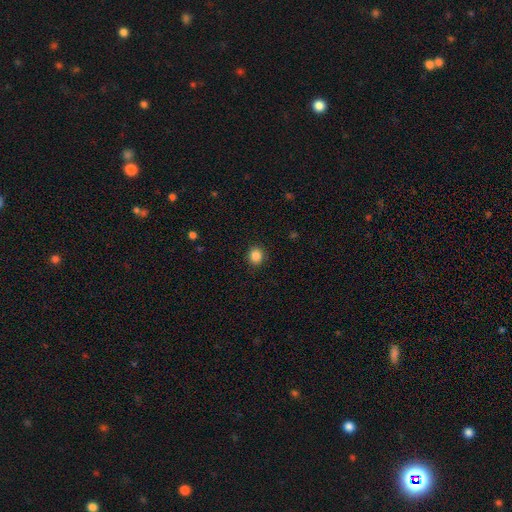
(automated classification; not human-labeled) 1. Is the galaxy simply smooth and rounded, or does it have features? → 86% smooth, 11% star or artifact, 3% featured or disk.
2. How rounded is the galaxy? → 82% round, 18% in between, 1% cigar-shaped.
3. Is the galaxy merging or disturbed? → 91% none, 6% minor disturbance, 2% major disturbance, 1% merger.